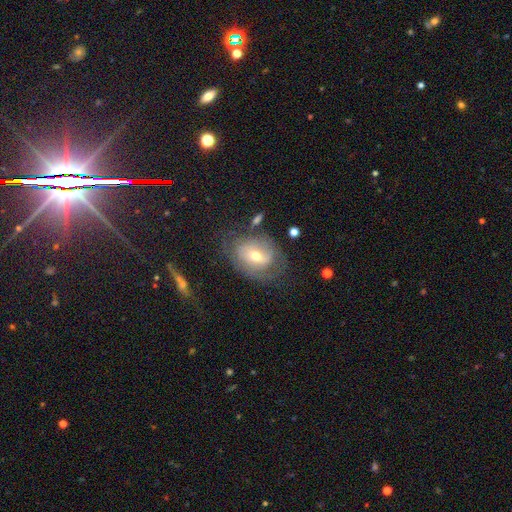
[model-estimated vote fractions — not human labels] Q: Smooth or featured?
A: featured or disk (57%); runner-up: smooth (34%)
Q: Edge-on disk?
A: no (94%); runner-up: yes (6%)
Q: Bar?
A: no (47%); runner-up: weak (38%)
Q: Spiral arms?
A: yes (66%); runner-up: no (34%)
Q: Bulge size?
A: moderate (58%); runner-up: small (36%)
Q: Merging?
A: none (58%); runner-up: minor disturbance (23%)